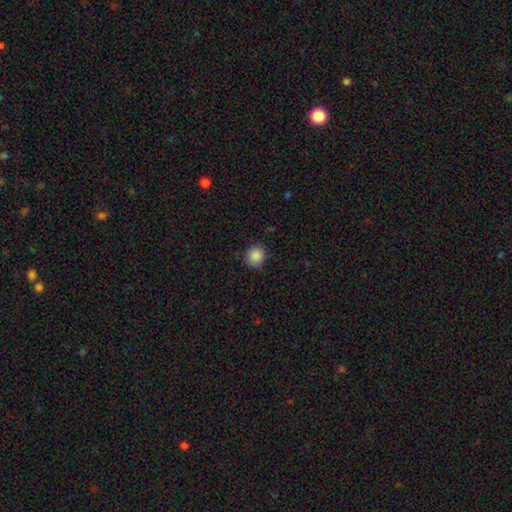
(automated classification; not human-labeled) A smooth galaxy with no disk features (88%) that is round (89%). Merging: none (88%).